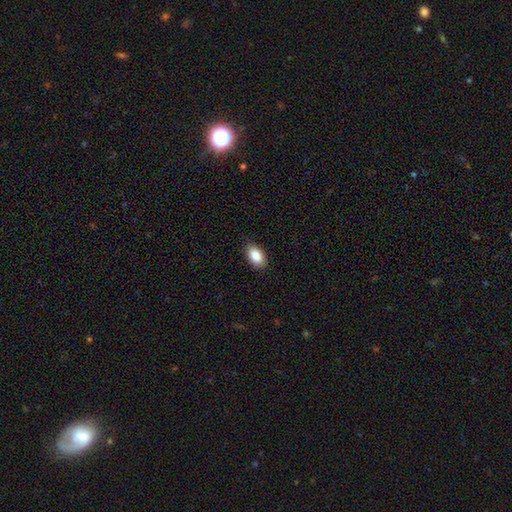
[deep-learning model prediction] Smooth or featured? smooth (88%)
How rounded? in between (93%)
Merging? none (87%)